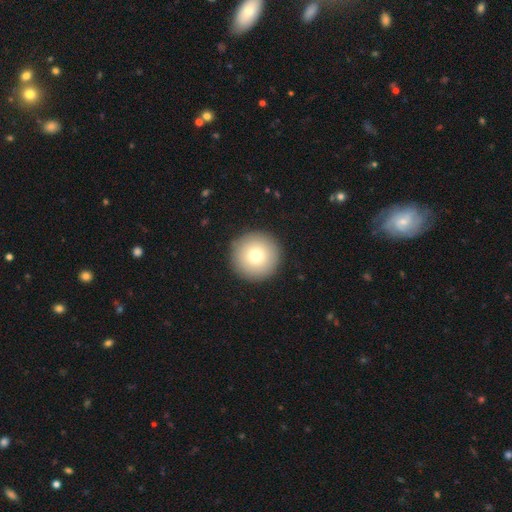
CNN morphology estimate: The model was most divided on "smooth or featured": smooth: 78%, featured or disk: 13%, star or artifact: 9%. More confident: how rounded — round (97%); merging — none (91%).